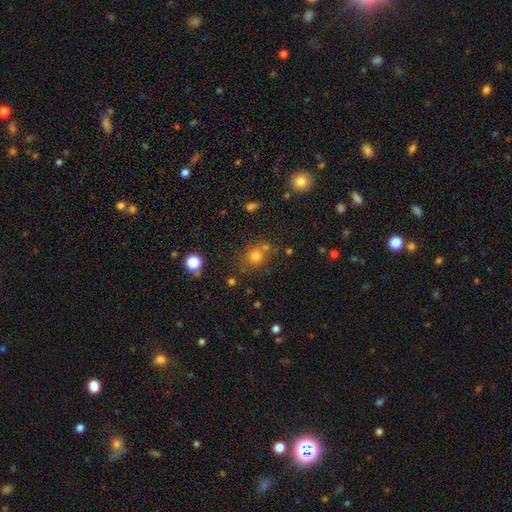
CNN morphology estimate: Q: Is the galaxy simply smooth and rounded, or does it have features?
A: smooth — 70%.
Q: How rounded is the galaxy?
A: round — 83%.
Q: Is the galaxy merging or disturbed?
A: none — 70%.